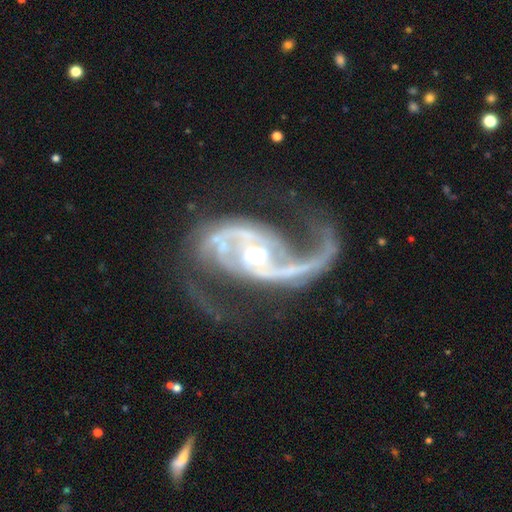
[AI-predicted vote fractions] Morphology: type=featured or disk (93%); edge-on=no (98%); bar=no (42%); spiral arms=yes (98%); winding=medium (48%); arm count=2 (89%); bulge=moderate (68%); merging=none (56%).